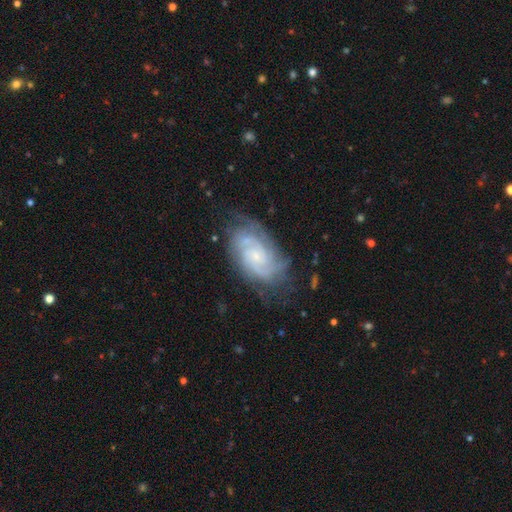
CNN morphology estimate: Smooth or featured?
  - featured or disk: 84% *
  - smooth: 10%
  - star or artifact: 6%
Edge-on disk?
  - no: 97% *
  - yes: 3%
Bar?
  - no: 68% *
  - weak: 27%
  - strong: 5%
Spiral arms?
  - yes: 96% *
  - no: 4%
Spiral winding?
  - tight: 65% *
  - medium: 29%
  - loose: 6%
Spiral arm count?
  - can't tell: 31% *
  - 2: 26%
  - 3: 20%
  - 4: 13%
  - more than 4: 6%
  - 1: 5%
Bulge size?
  - small: 74% *
  - moderate: 17%
  - none: 6%
  - large: 1%
  - dominant: 1%
Merging?
  - none: 70% *
  - minor disturbance: 20%
  - major disturbance: 8%
  - merger: 2%